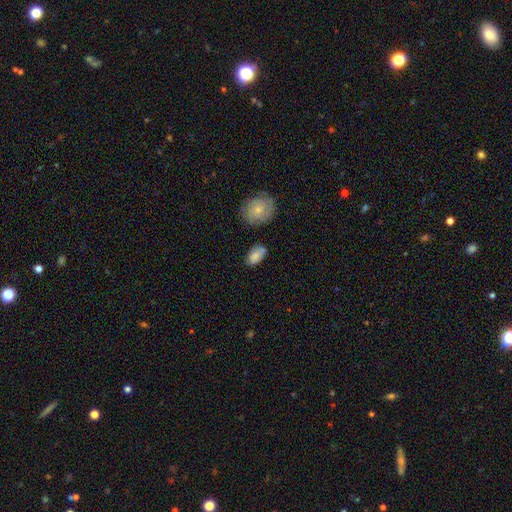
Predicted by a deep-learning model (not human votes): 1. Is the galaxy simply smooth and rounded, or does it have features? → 76% smooth, 16% featured or disk, 7% star or artifact.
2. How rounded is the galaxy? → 90% in between, 7% round, 3% cigar-shaped.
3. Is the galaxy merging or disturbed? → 65% none, 20% minor disturbance, 9% merger, 6% major disturbance.